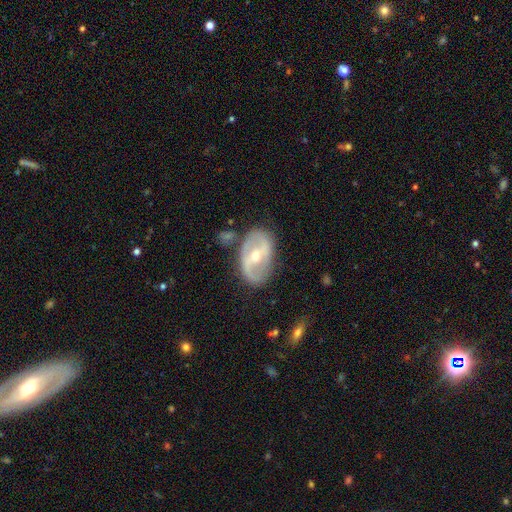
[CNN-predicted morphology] This is likely a featured or disk galaxy (79%). It is clearly not viewed edge-on (95%). Bar: marginally strong (38%). Spiral arm pattern: likely yes (77%). Spiral arm count: clearly 2 (83%). Spiral winding: marginally medium (40%). Central bulge: possibly moderate (49%). Merging: likely none (70%).